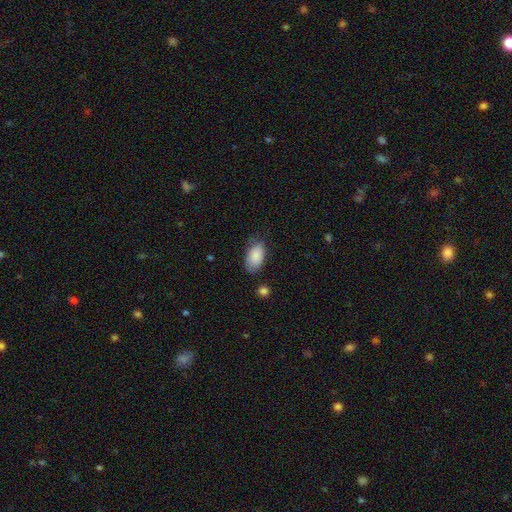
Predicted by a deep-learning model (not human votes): A smooth galaxy with no disk features (87%) that is in between round and cigar-shaped (93%).

Vote fractions:
- Smooth or featured? smooth: 87% / star or artifact: 7% / featured or disk: 6%
- How rounded? in between: 93% / round: 5% / cigar-shaped: 2%
- Merging? none: 69% / minor disturbance: 23% / major disturbance: 6% / merger: 2%